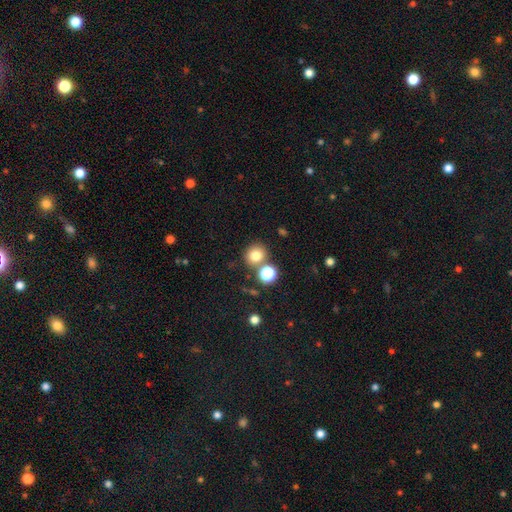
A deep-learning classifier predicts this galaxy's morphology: Q: Smooth or featured?
A: smooth (77%); runner-up: star or artifact (16%)
Q: How rounded?
A: round (85%); runner-up: in between (15%)
Q: Merging?
A: none (73%); runner-up: merger (16%)